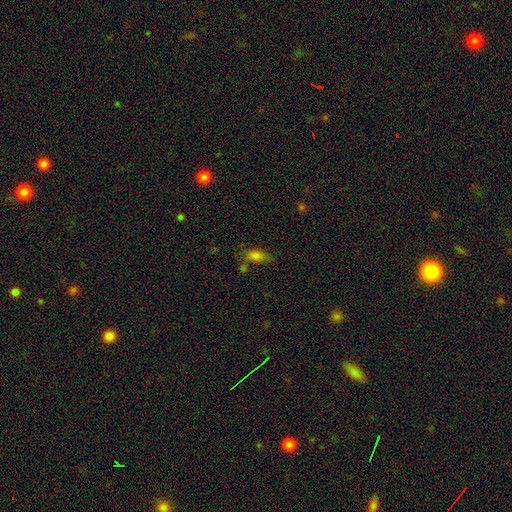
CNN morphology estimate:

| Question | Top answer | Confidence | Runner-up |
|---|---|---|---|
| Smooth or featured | smooth | 77% | star or artifact (15%) |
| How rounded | in between | 87% | cigar-shaped (7%) |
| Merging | none | 53% | minor disturbance (21%) |